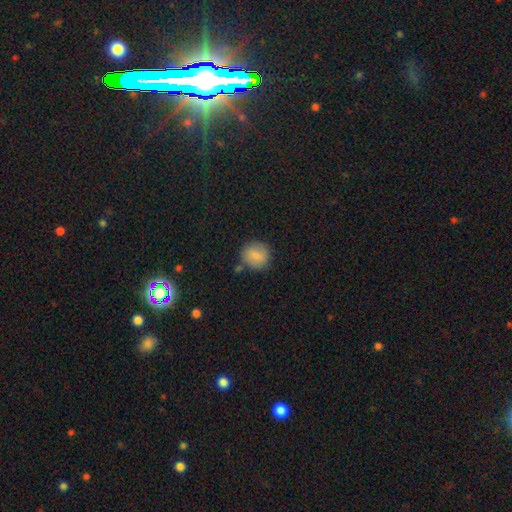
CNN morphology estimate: This appears to be a smooth galaxy with no disk features (83%) that is round (89%). Merging: none (76%).